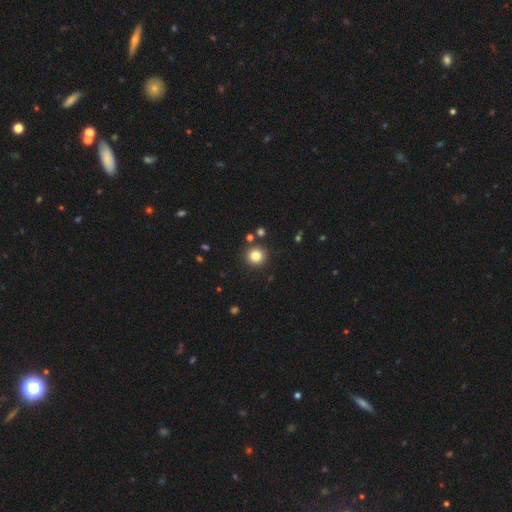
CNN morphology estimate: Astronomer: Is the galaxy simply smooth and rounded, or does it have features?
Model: smooth — 83%.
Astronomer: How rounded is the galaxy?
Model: round — 93%.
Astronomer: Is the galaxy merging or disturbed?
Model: none — 88%.